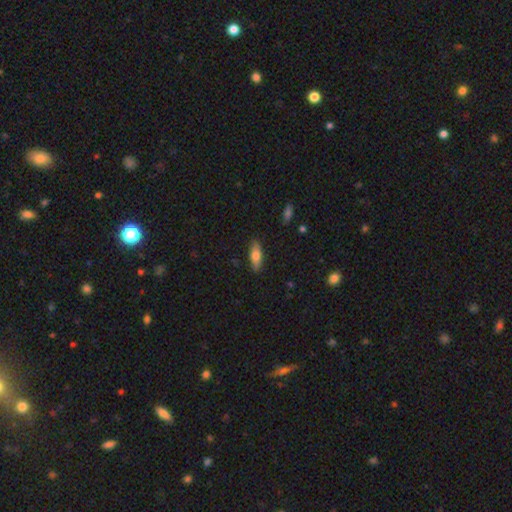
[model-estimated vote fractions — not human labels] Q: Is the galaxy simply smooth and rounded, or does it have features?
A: smooth — 72%.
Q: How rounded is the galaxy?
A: in between — 62%.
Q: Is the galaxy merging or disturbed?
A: none — 86%.